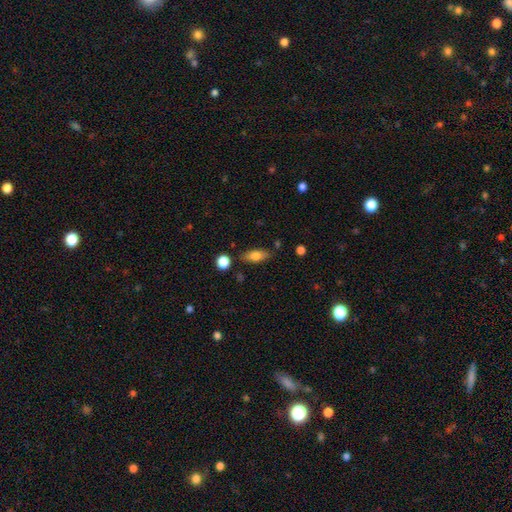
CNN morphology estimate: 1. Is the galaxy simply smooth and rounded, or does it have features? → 73% smooth, 19% featured or disk, 8% star or artifact.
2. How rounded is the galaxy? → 78% in between, 18% cigar-shaped, 4% round.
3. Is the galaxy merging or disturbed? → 79% none, 14% minor disturbance, 4% merger, 3% major disturbance.